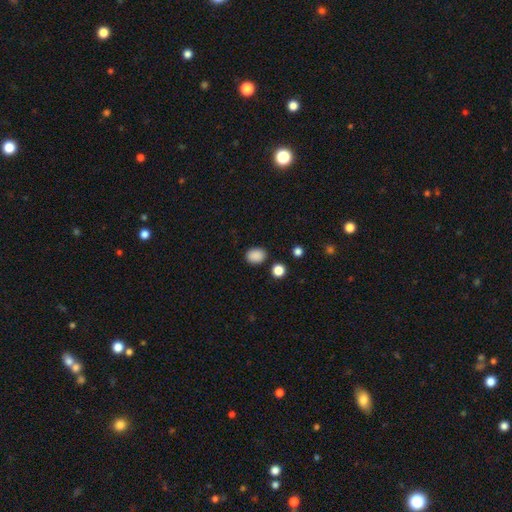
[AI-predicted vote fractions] Smooth or featured? Predicted: smooth (p=0.88). How rounded? Predicted: in between (p=0.60). Merging? Predicted: none (p=0.86).